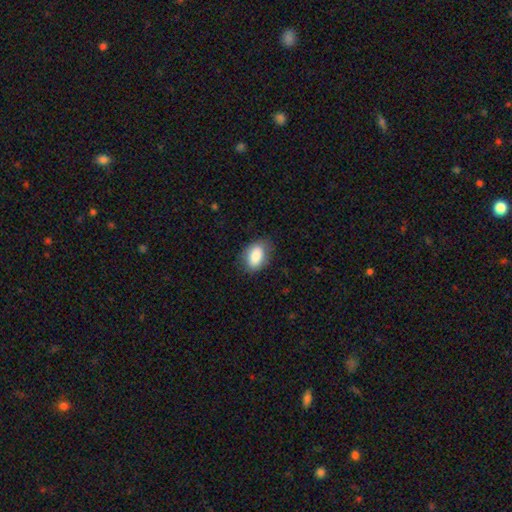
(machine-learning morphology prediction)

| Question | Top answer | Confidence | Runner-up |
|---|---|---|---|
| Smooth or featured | smooth | 84% | featured or disk (8%) |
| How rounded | in between | 88% | round (11%) |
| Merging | none | 78% | minor disturbance (17%) |